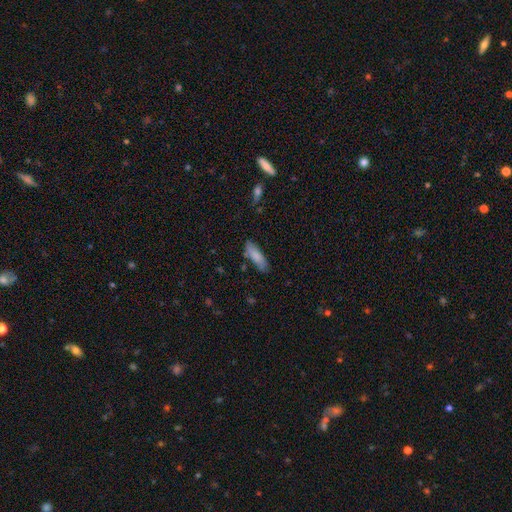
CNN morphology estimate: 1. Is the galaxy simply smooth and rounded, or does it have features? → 82% smooth, 12% featured or disk, 6% star or artifact.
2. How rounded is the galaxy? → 53% in between, 45% cigar-shaped, 2% round.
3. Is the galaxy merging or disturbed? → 76% none, 17% minor disturbance, 4% merger, 4% major disturbance.